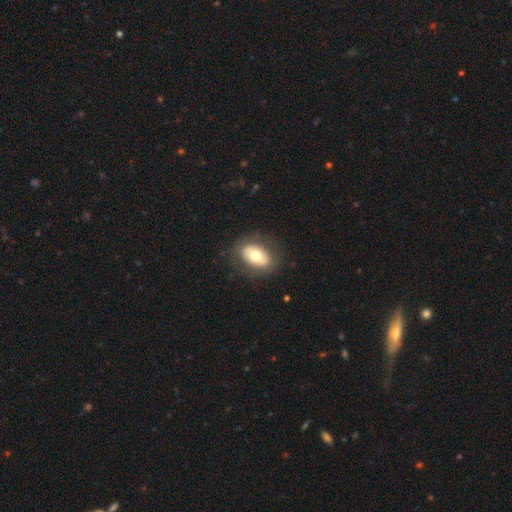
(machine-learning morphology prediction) smooth 59%, featured or disk 34%, star or artifact 7%. Down the decision tree: how rounded — in between (84%); merging — none (81%).